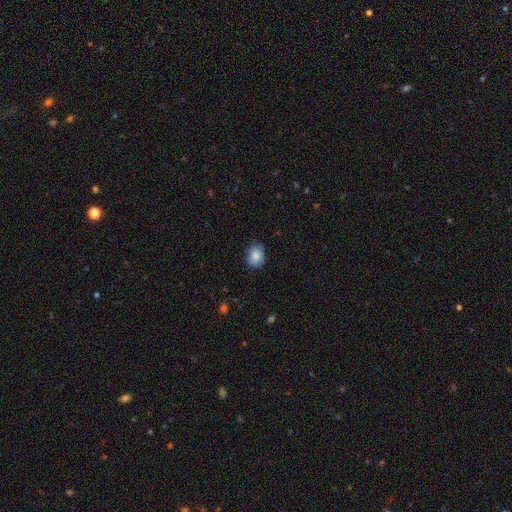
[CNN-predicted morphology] Overall: smooth (85%). How rounded: in between (63%; round 36%). Merging: none (78%).